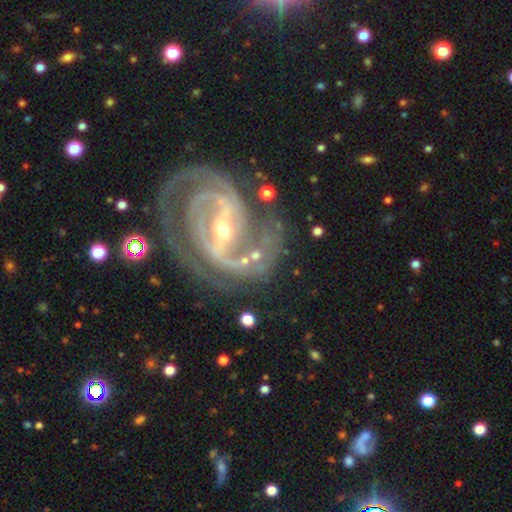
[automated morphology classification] Q: Smooth or featured?
A: featured or disk (89%); runner-up: star or artifact (6%)
Q: Edge-on disk?
A: no (97%); runner-up: yes (3%)
Q: Bar?
A: strong (62%); runner-up: weak (26%)
Q: Spiral arms?
A: yes (95%); runner-up: no (5%)
Q: Spiral winding?
A: medium (46%); runner-up: tight (40%)
Q: Spiral arm count?
A: 2 (63%); runner-up: 3 (13%)
Q: Bulge size?
A: small (56%); runner-up: moderate (39%)
Q: Merging?
A: none (58%); runner-up: minor disturbance (19%)